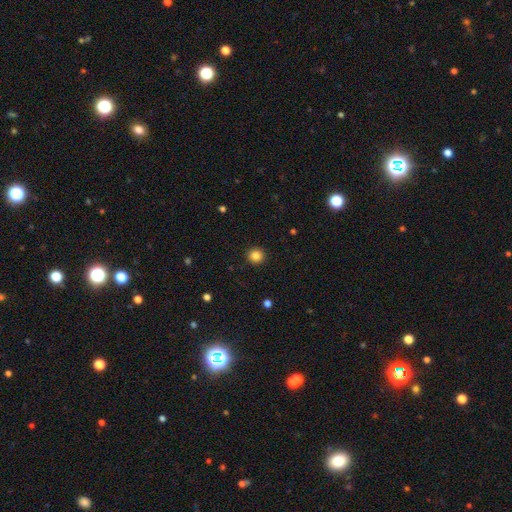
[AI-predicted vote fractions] Smooth or featured?
  - smooth: 84% *
  - star or artifact: 11%
  - featured or disk: 5%
How rounded?
  - round: 94% *
  - in between: 5%
  - cigar-shaped: 1%
Merging?
  - none: 93% *
  - minor disturbance: 5%
  - major disturbance: 2%
  - merger: 1%